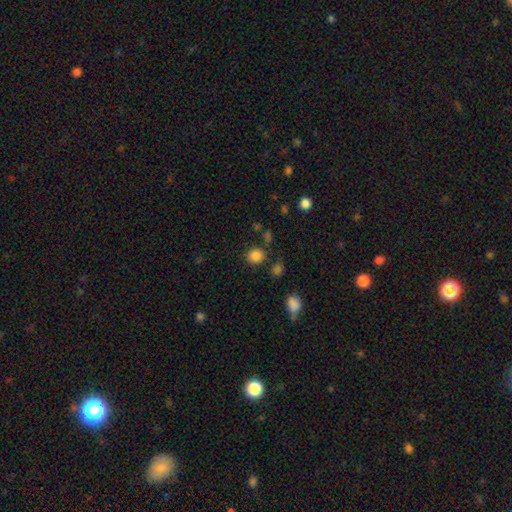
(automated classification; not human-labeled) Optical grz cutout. It shows a smooth galaxy with no disk features (84%) that is round (84%). Merging: none (81%).